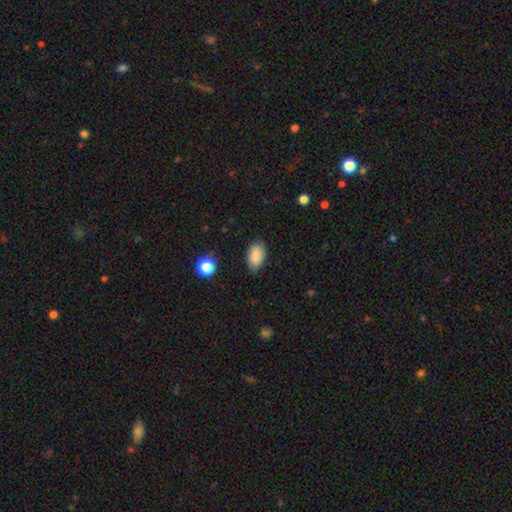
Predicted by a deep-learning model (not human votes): Smooth or featured?
  - smooth: 86% *
  - star or artifact: 8%
  - featured or disk: 6%
How rounded?
  - in between: 91% *
  - round: 7%
  - cigar-shaped: 2%
Merging?
  - none: 78% *
  - minor disturbance: 18%
  - major disturbance: 3%
  - merger: 1%